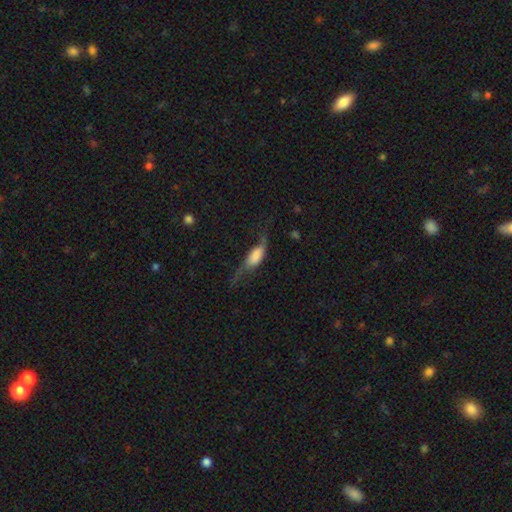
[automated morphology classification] smooth_or_featured: featured or disk (p=0.48) [alt: smooth p=0.44]
merging: none (p=0.36) [alt: major disturbance p=0.34]